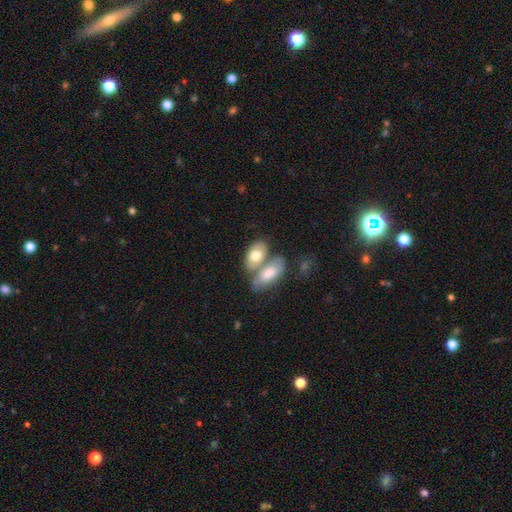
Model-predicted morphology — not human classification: smooth 72%, featured or disk 23%, star or artifact 5%. Down the decision tree: how rounded — in between (92%); merging — merger (51%).